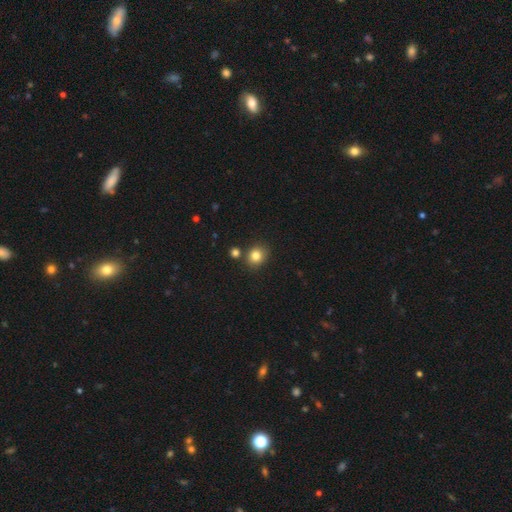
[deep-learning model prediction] Smooth or featured: smooth — 82% (star or artifact — 11%)
How rounded: round — 71% (in between — 28%)
Merging: none — 79% (minor disturbance — 10%)